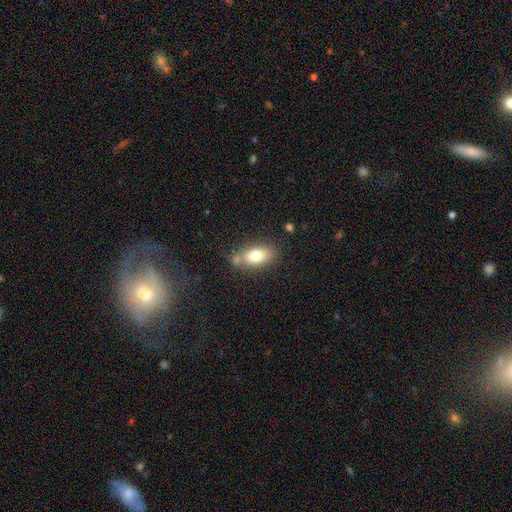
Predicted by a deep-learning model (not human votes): The model was most divided on "merging": none: 66%, minor disturbance: 17%, merger: 12%, major disturbance: 5%. More confident: how rounded — in between (87%); smooth or featured — smooth (76%).